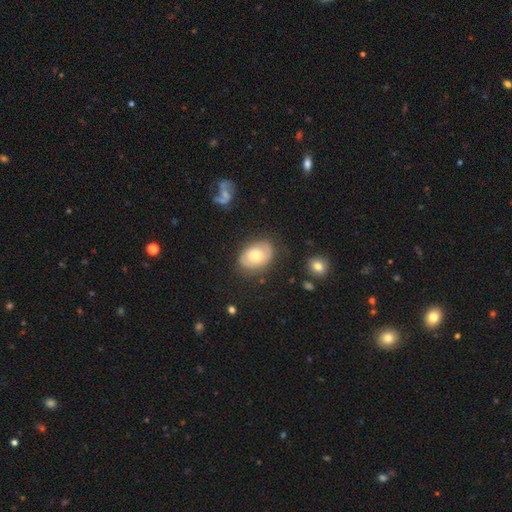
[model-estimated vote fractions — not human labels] Smooth or featured?
  - smooth: 55% *
  - featured or disk: 37%
  - star or artifact: 7%
How rounded?
  - in between: 77% *
  - round: 21%
  - cigar-shaped: 1%
Merging?
  - none: 74% *
  - minor disturbance: 18%
  - major disturbance: 6%
  - merger: 2%